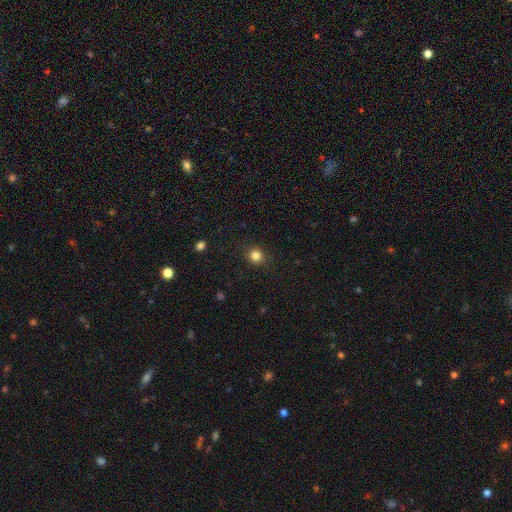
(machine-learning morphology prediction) Smooth or featured? smooth (83%)
How rounded? round (85%)
Merging? none (88%)